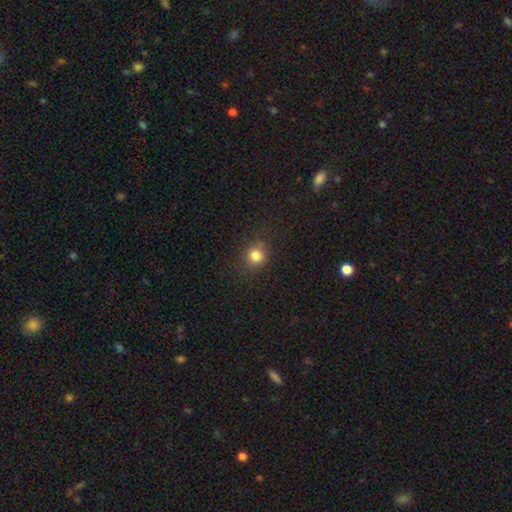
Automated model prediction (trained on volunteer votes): Smooth or featured? Predicted: smooth (p=0.80). How rounded? Predicted: round (p=0.85). Merging? Predicted: none (p=0.82).